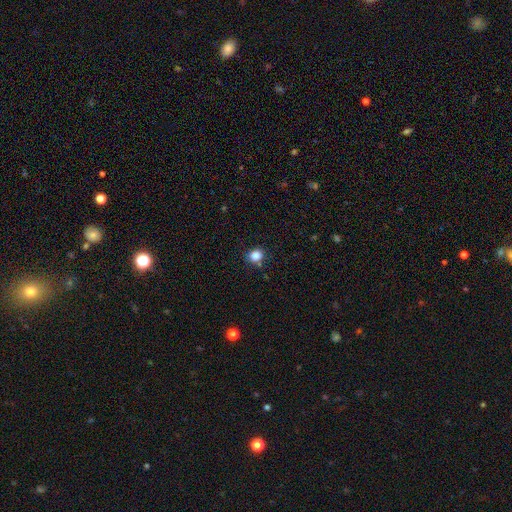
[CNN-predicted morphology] A smooth galaxy with no disk features (85%) that is round (74%). Merging: none (78%).